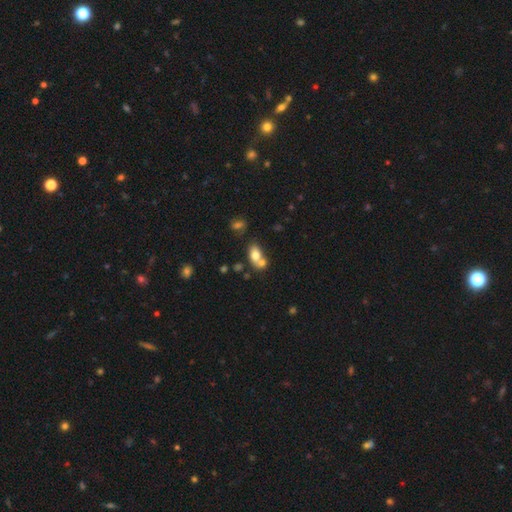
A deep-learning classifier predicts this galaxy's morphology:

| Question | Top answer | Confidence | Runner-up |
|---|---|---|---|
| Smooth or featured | smooth | 75% | featured or disk (15%) |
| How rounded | in between | 78% | round (20%) |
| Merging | merger | 55% | none (31%) |